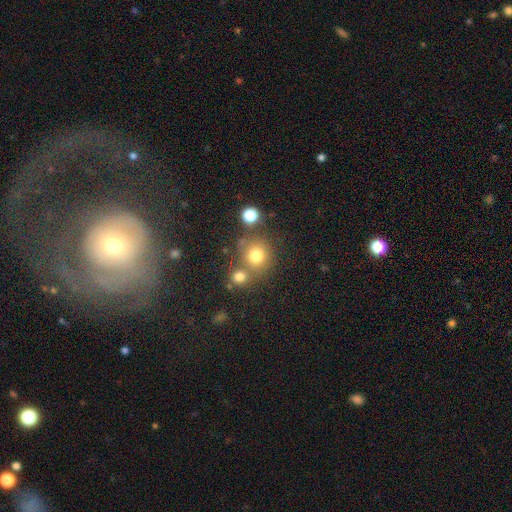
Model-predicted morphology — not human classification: This appears to be a smooth galaxy with no disk features (76%) that is round (87%). Merging: none (63%).